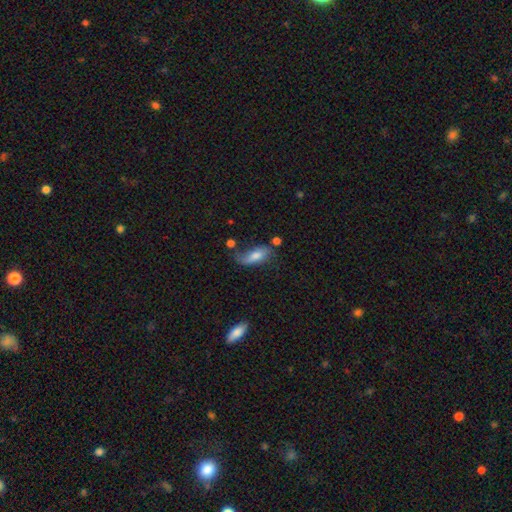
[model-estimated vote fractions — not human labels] The model was most divided on "merging": none: 43%, minor disturbance: 28%, major disturbance: 19%, merger: 10%. More confident: how rounded — in between (78%); smooth or featured — smooth (65%).